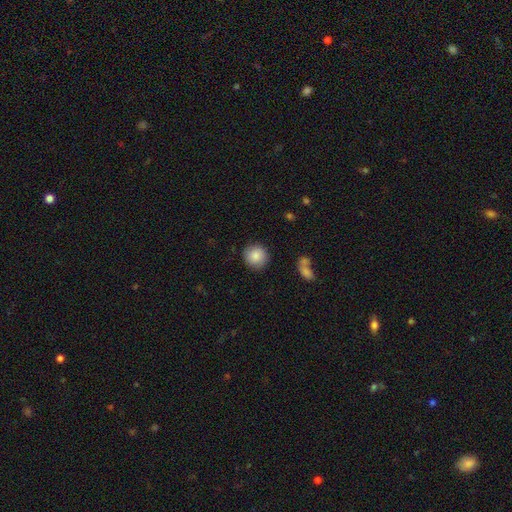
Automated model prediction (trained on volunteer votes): Q: Smooth or featured?
A: smooth (86%); runner-up: star or artifact (8%)
Q: How rounded?
A: round (91%); runner-up: in between (8%)
Q: Merging?
A: none (86%); runner-up: minor disturbance (9%)